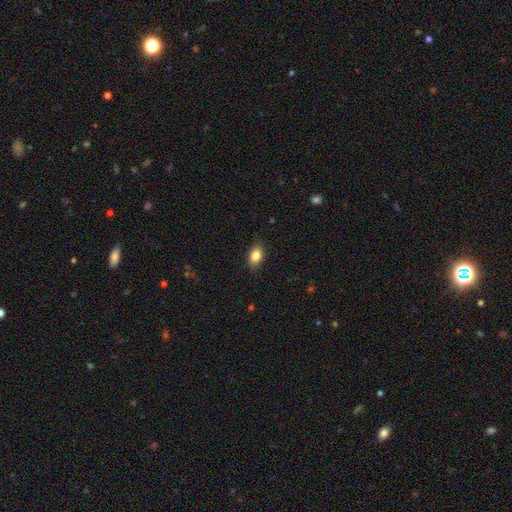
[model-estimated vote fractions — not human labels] This is clearly a smooth galaxy (85%). How rounded: clearly in between (85%). Merging: clearly none (85%).